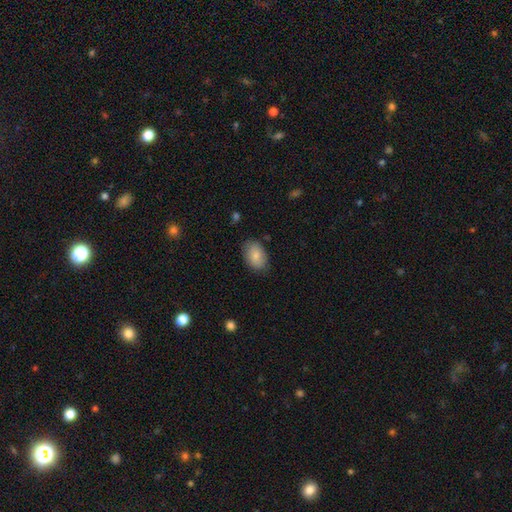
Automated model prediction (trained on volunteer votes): Smooth or featured? Predicted: smooth (p=0.82). How rounded? Predicted: in between (p=0.87). Merging? Predicted: none (p=0.81).